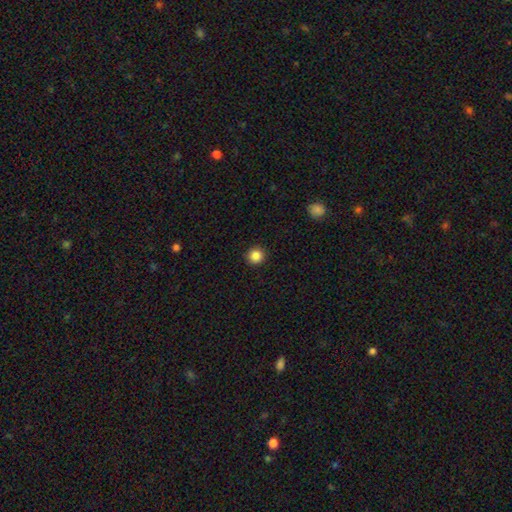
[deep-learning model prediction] smooth_or_featured: smooth (p=0.86) [alt: star or artifact p=0.10]
how_rounded: round (p=0.95) [alt: in between p=0.04]
merging: none (p=0.93) [alt: minor disturbance p=0.05]